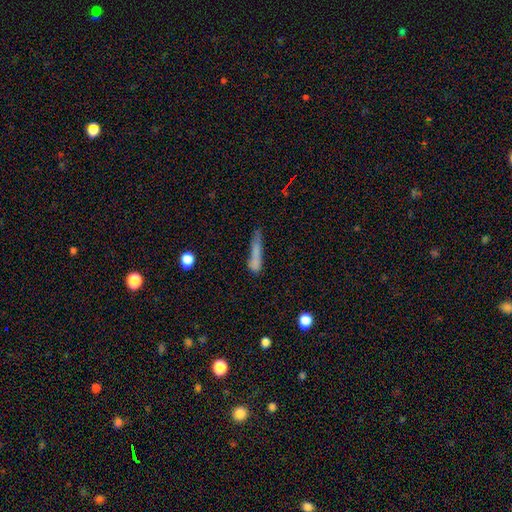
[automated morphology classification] This is likely a smooth galaxy (72%). How rounded: clearly cigar-shaped (87%). Merging: possibly none (51%).